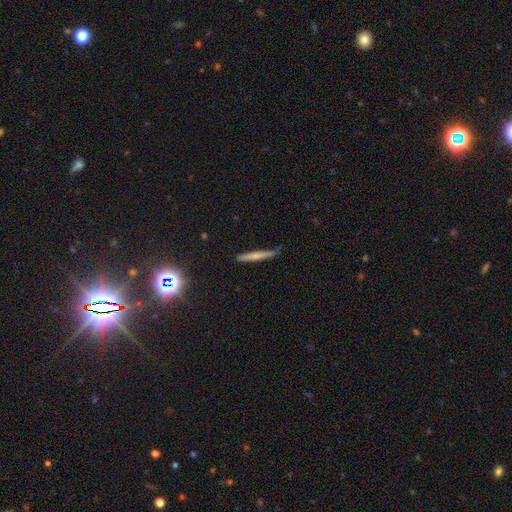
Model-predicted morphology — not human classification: Smooth or featured?
  - smooth: 61% *
  - featured or disk: 31%
  - star or artifact: 8%
How rounded?
  - cigar-shaped: 95% *
  - in between: 3%
  - round: 2%
Merging?
  - none: 81% *
  - minor disturbance: 15%
  - major disturbance: 2%
  - merger: 2%